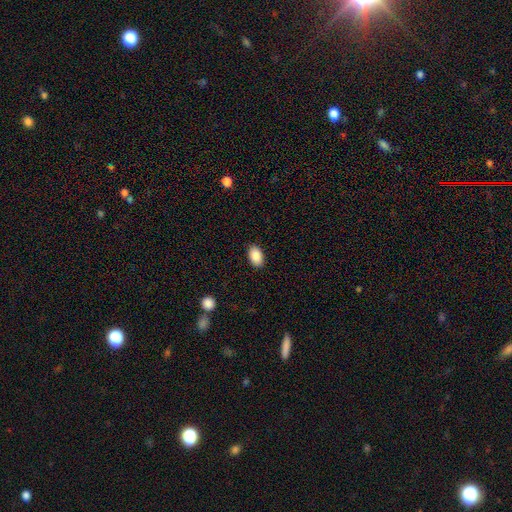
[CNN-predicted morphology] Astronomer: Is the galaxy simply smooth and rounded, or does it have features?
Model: smooth — 87%.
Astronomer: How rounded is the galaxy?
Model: in between — 92%.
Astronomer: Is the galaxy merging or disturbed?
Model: none — 89%.